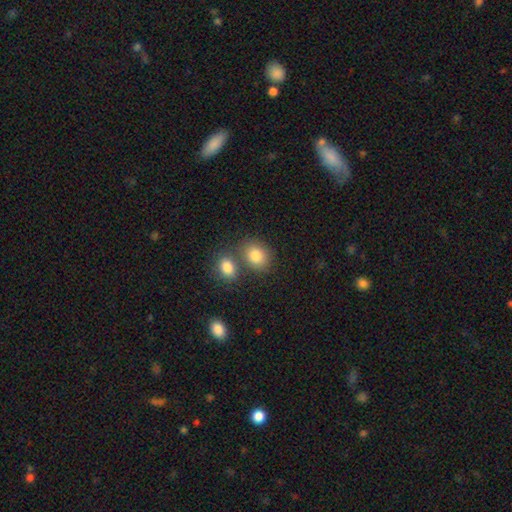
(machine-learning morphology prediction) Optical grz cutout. It shows a smooth galaxy with no disk features (84%) that is in between round and cigar-shaped (53%). Merging: none (57%).